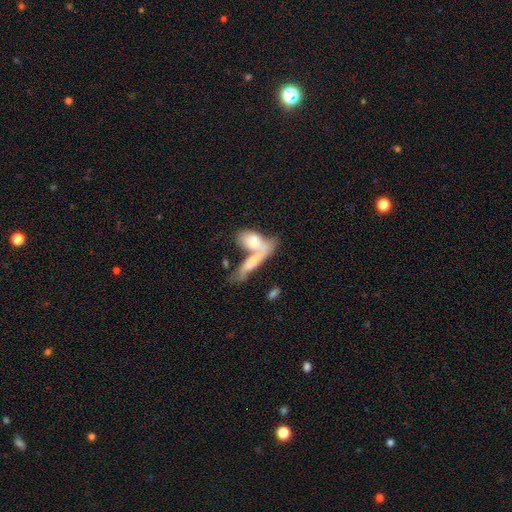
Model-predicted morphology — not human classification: The model was most divided on "smooth or featured": smooth: 55%, featured or disk: 36%, star or artifact: 9%. More confident: merging — merger (63%); how rounded — in between (60%).